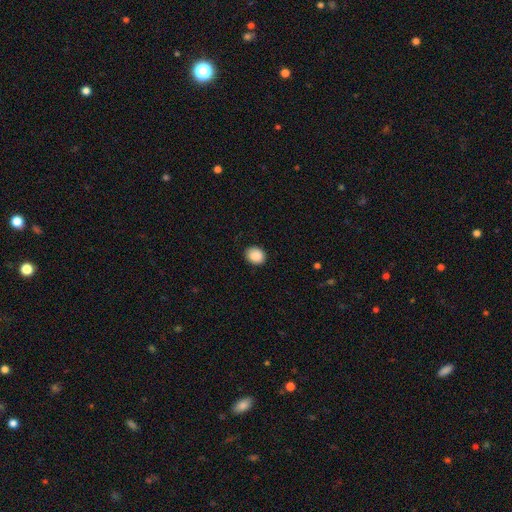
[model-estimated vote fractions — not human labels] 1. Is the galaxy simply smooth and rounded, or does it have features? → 89% smooth, 8% star or artifact, 3% featured or disk.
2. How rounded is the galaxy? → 57% round, 42% in between, 1% cigar-shaped.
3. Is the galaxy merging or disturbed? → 86% none, 10% minor disturbance, 2% major disturbance, 1% merger.